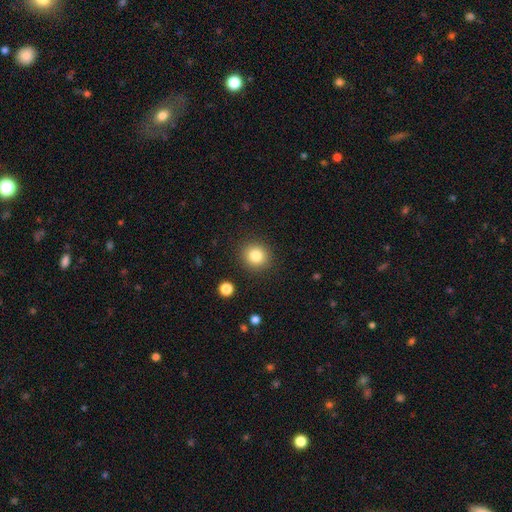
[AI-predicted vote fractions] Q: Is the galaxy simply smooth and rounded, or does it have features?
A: smooth — 83%.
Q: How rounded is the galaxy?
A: round — 87%.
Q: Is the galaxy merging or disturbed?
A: none — 89%.